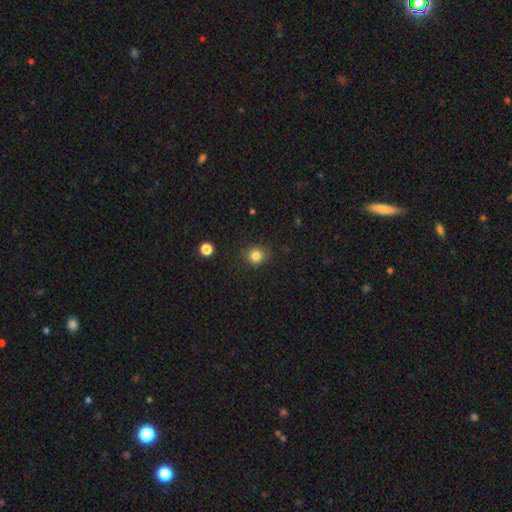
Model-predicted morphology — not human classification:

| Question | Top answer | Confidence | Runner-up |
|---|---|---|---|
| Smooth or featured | smooth | 83% | star or artifact (12%) |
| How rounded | round | 87% | in between (12%) |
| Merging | none | 85% | minor disturbance (11%) |